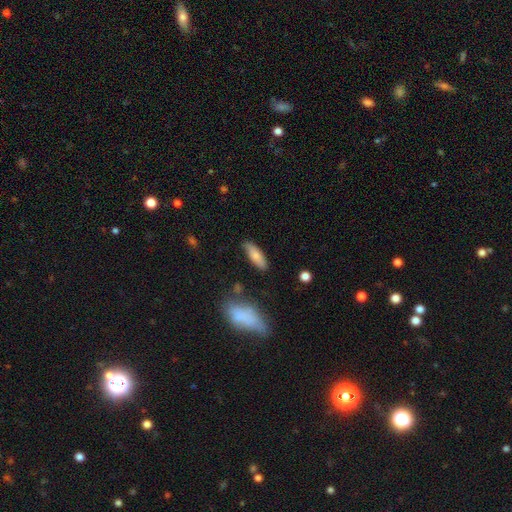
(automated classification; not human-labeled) smooth 76%, featured or disk 17%, star or artifact 7%. Down the decision tree: how rounded — in between (56%); merging — none (79%).